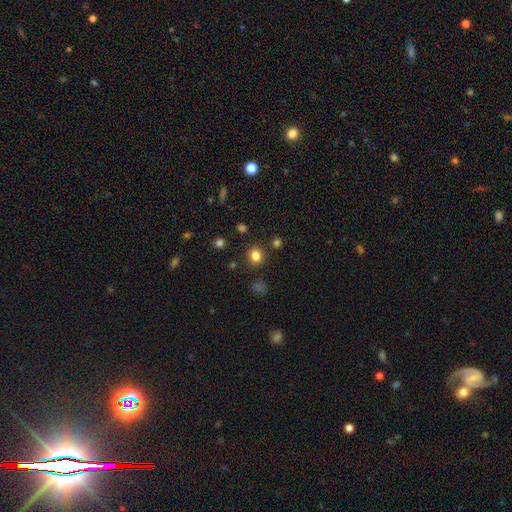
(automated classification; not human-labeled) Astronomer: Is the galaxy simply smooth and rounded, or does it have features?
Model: smooth — 81%.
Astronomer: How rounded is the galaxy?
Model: round — 82%.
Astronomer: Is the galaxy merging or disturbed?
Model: none — 87%.